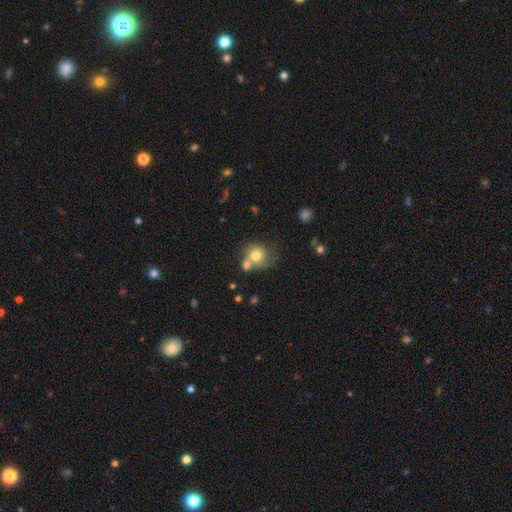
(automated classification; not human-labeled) Smooth or featured?
  - smooth: 72% *
  - featured or disk: 18%
  - star or artifact: 10%
How rounded?
  - round: 79% *
  - in between: 20%
  - cigar-shaped: 1%
Merging?
  - none: 41% *
  - merger: 36%
  - minor disturbance: 15%
  - major disturbance: 8%